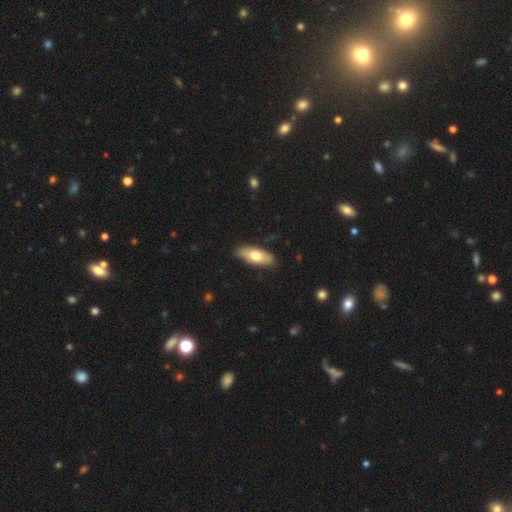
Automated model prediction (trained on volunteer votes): Smooth or featured? Predicted: smooth (p=0.69). How rounded? Predicted: in between (p=0.78). Merging? Predicted: none (p=0.86).